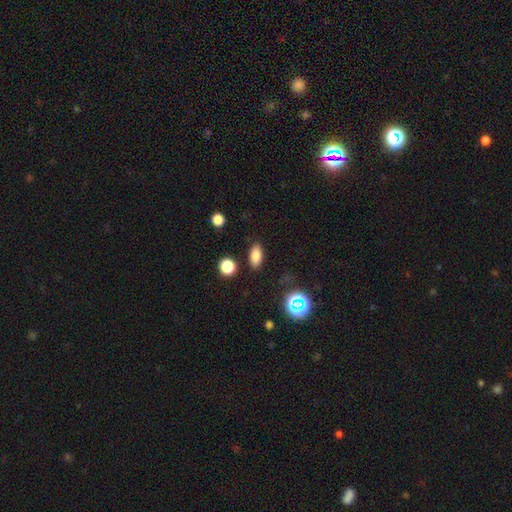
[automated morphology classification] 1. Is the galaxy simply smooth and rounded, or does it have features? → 81% smooth, 12% star or artifact, 7% featured or disk.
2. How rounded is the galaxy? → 85% in between, 8% cigar-shaped, 7% round.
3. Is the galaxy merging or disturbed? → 86% none, 9% minor disturbance, 3% major disturbance, 2% merger.